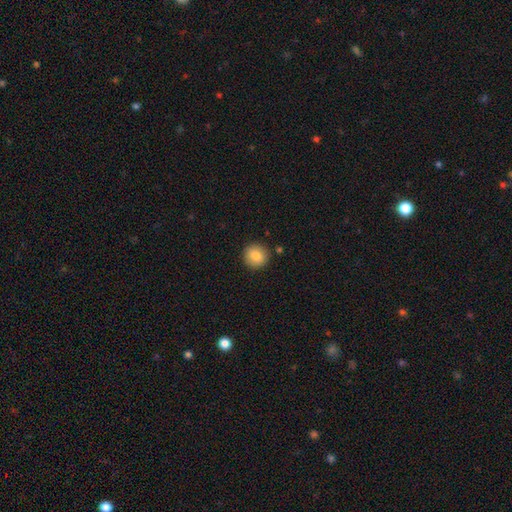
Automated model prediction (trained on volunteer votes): Morphology: type=smooth (86%); roundness=round (93%); merging=none (90%).